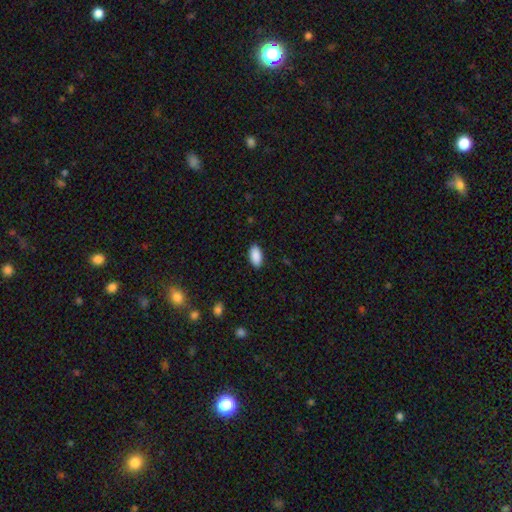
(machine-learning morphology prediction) This is clearly a smooth galaxy (91%). How rounded: clearly in between (94%). Merging: clearly none (89%).